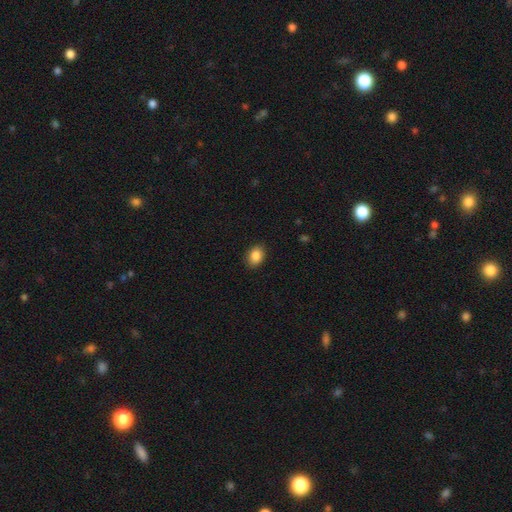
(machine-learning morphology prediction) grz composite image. It shows a smooth galaxy with no disk features (88%) that is in between round and cigar-shaped (71%). Merging: none (88%).